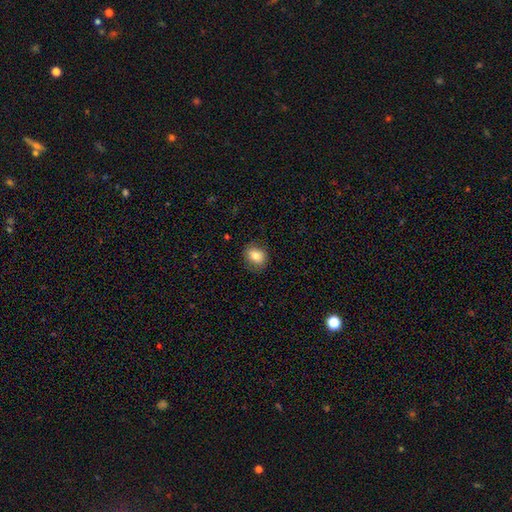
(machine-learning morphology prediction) Overall: smooth (80%). How rounded: round (51%; in between 48%). Merging: none (83%).